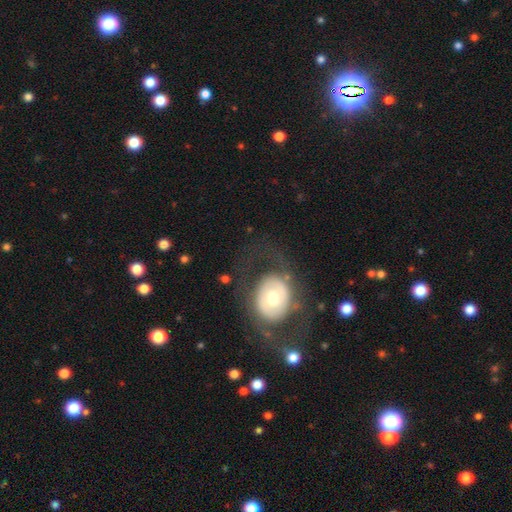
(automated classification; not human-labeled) smooth_or_featured: featured or disk (p=0.60) [alt: smooth p=0.23]
disk_edge_on: no (p=0.95) [alt: yes p=0.05]
bar: no (p=0.71) [alt: weak p=0.21]
has_spiral_arms: yes (p=0.73) [alt: no p=0.27]
bulge_size: moderate (p=0.50) [alt: small p=0.33]
merging: none (p=0.64) [alt: major disturbance p=0.17]